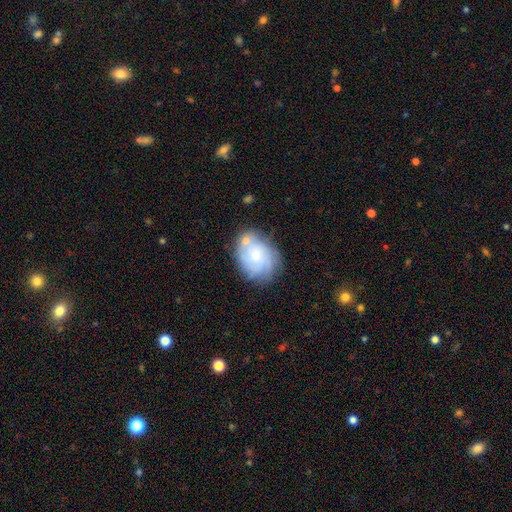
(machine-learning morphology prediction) Smooth or featured? featured or disk (50%)
Edge-on disk? no (97%)
Merging? none (61%)